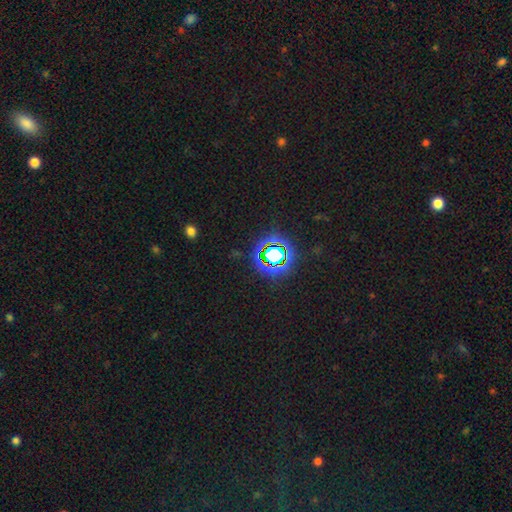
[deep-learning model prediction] A star or artifact, not a galaxy (76%).